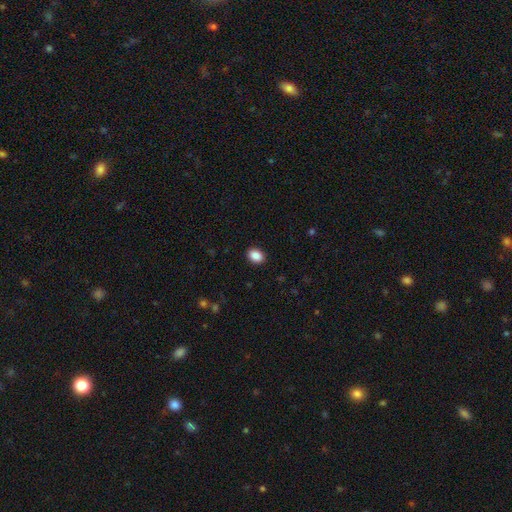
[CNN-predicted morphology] smooth 88%, star or artifact 8%, featured or disk 4%. Down the decision tree: how rounded — in between (68%); merging — none (91%).